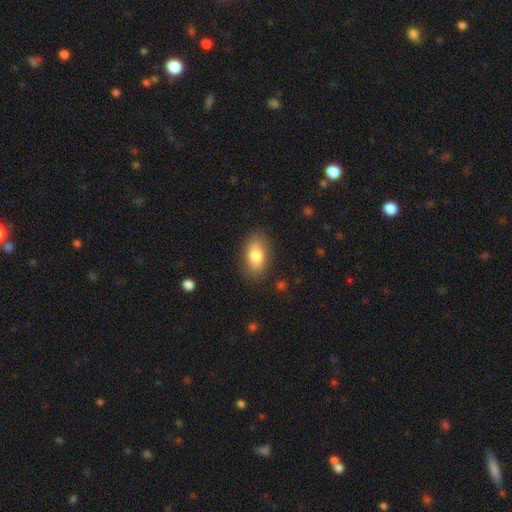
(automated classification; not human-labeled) This appears to be a smooth galaxy with no disk features (81%) that is in between round and cigar-shaped (89%). Merging: none (83%).